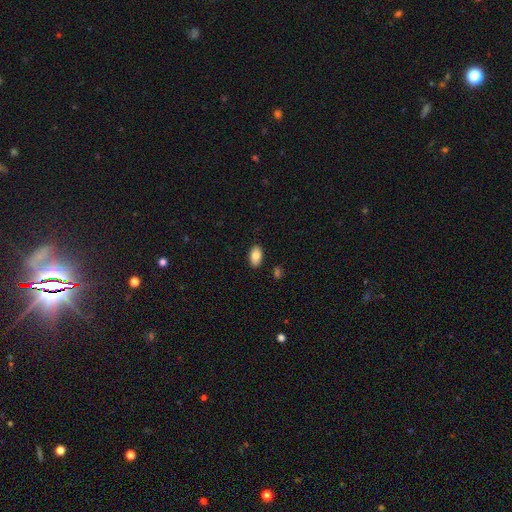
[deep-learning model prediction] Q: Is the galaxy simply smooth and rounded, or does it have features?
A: smooth — 83%.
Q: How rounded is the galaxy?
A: in between — 94%.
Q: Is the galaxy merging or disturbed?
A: none — 88%.